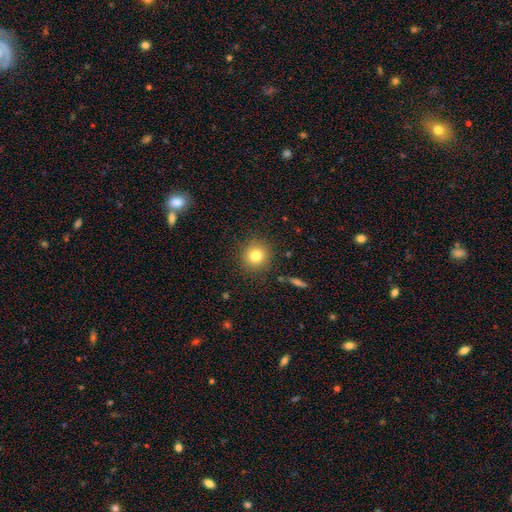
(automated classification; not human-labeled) Smooth or featured?
  - smooth: 79% *
  - star or artifact: 12%
  - featured or disk: 9%
How rounded?
  - round: 92% *
  - in between: 7%
  - cigar-shaped: 1%
Merging?
  - none: 88% *
  - minor disturbance: 8%
  - major disturbance: 3%
  - merger: 1%